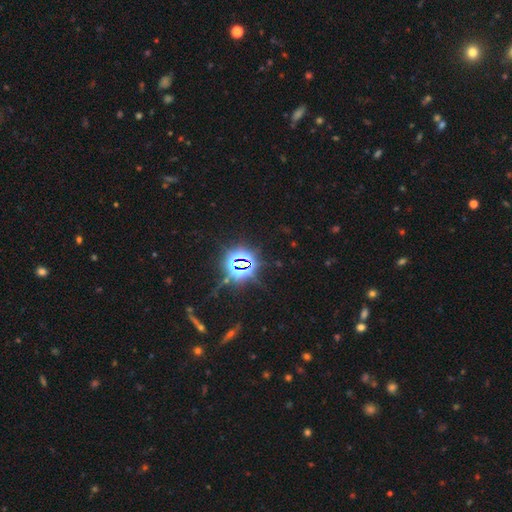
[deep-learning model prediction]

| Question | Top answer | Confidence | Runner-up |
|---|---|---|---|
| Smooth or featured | star or artifact | 81% | smooth (12%) |